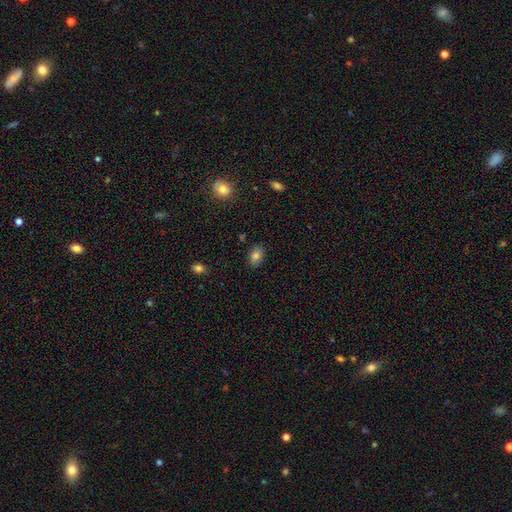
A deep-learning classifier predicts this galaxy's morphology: Q: Smooth or featured?
A: smooth (82%); runner-up: star or artifact (10%)
Q: How rounded?
A: in between (82%); runner-up: round (16%)
Q: Merging?
A: none (86%); runner-up: minor disturbance (10%)